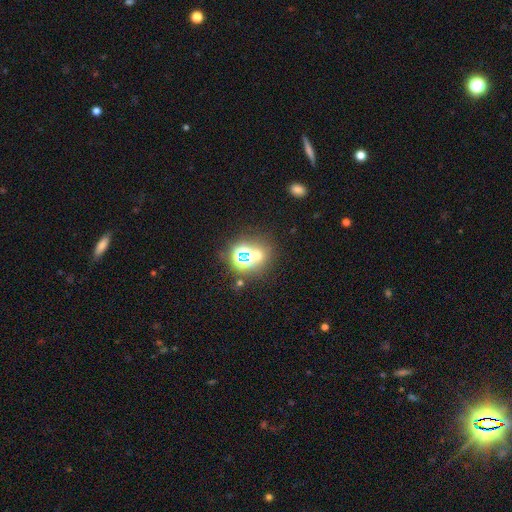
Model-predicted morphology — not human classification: This appears to be a star or artifact, not a galaxy (52%).